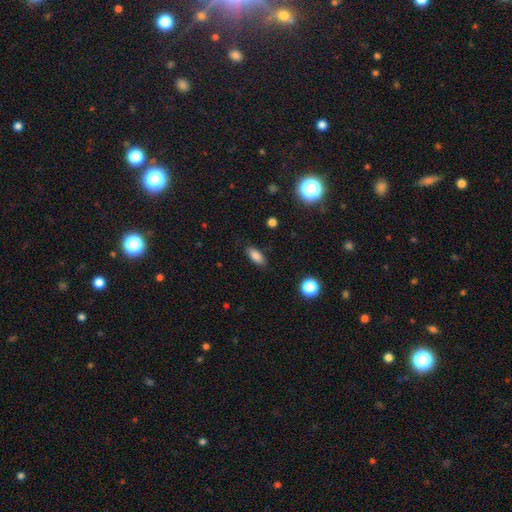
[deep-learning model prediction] Smooth or featured: smooth — 83% (star or artifact — 10%)
How rounded: in between — 83% (cigar-shaped — 13%)
Merging: none — 85% (minor disturbance — 11%)